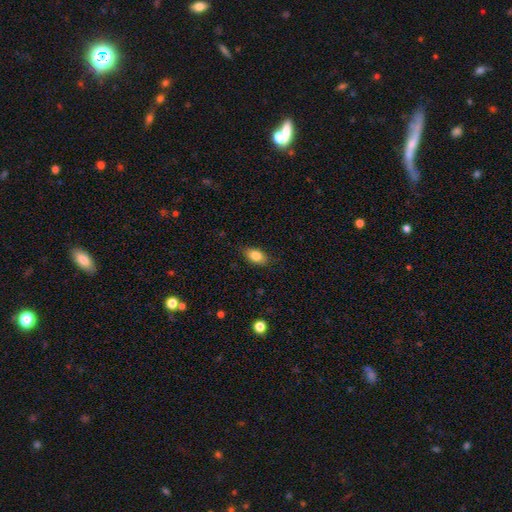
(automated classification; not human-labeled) Q: Smooth or featured?
A: smooth (83%); runner-up: featured or disk (9%)
Q: How rounded?
A: in between (88%); runner-up: round (9%)
Q: Merging?
A: none (83%); runner-up: minor disturbance (13%)